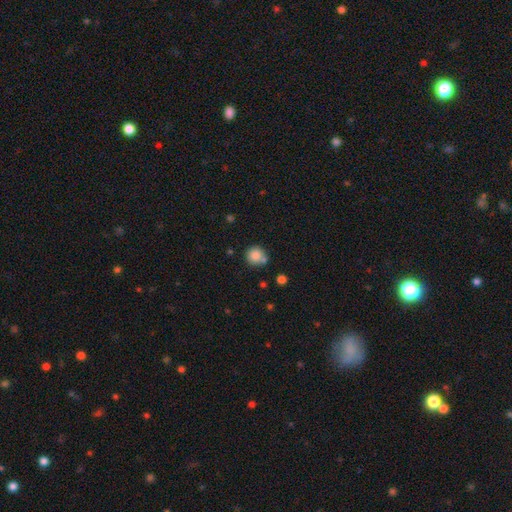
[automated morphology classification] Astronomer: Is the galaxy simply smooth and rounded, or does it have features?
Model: smooth — 84%.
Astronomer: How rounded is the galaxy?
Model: round — 92%.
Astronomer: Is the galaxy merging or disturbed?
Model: none — 69%.